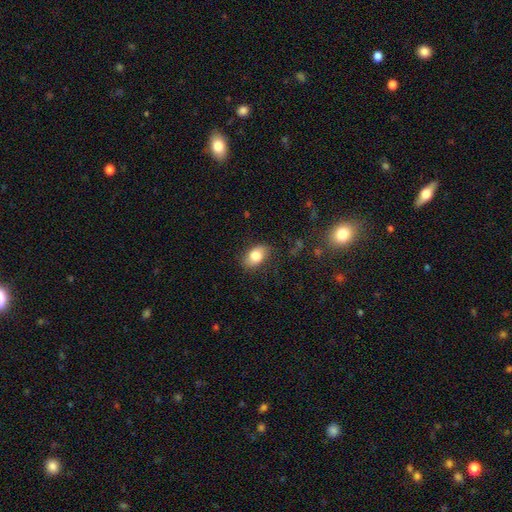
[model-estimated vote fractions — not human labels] Smooth or featured: smooth — 81% (featured or disk — 12%)
How rounded: in between — 88% (round — 11%)
Merging: none — 80% (minor disturbance — 15%)